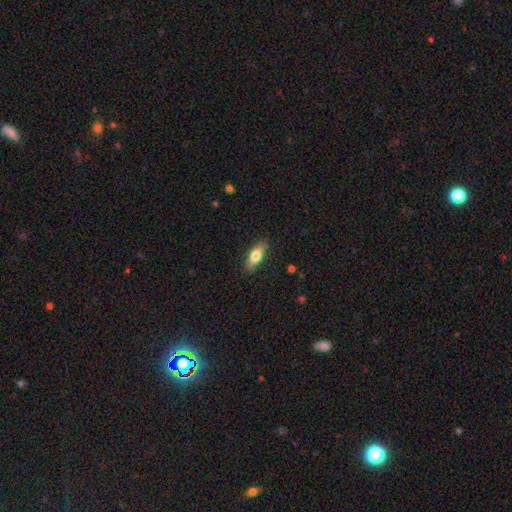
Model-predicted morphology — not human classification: Smooth or featured? Predicted: smooth (p=0.70). How rounded? Predicted: in between (p=0.62). Merging? Predicted: none (p=0.85).